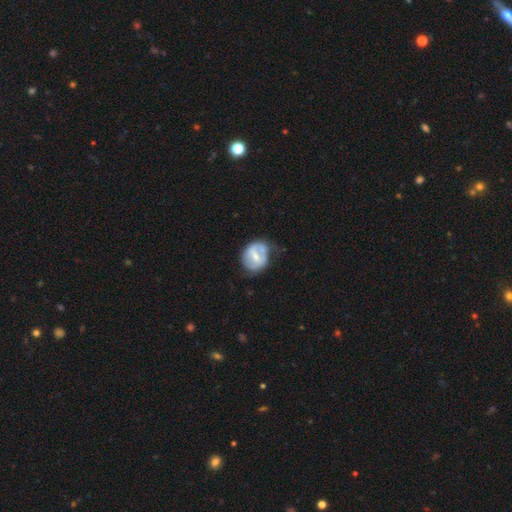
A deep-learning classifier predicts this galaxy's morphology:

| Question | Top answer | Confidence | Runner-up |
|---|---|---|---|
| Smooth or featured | featured or disk | 54% | smooth (40%) |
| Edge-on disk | no | 96% | yes (4%) |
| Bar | weak | 44% | strong (32%) |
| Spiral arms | no | 61% | yes (39%) |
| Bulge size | moderate | 51% | small (41%) |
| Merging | none | 44% | minor disturbance (31%) |